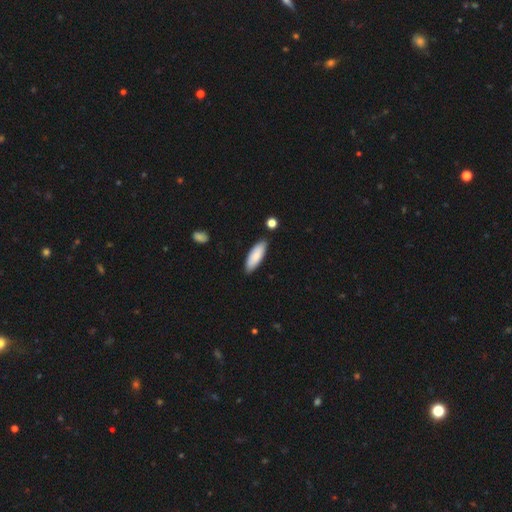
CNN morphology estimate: Smooth or featured? smooth (85%)
How rounded? in between (61%)
Merging? none (85%)